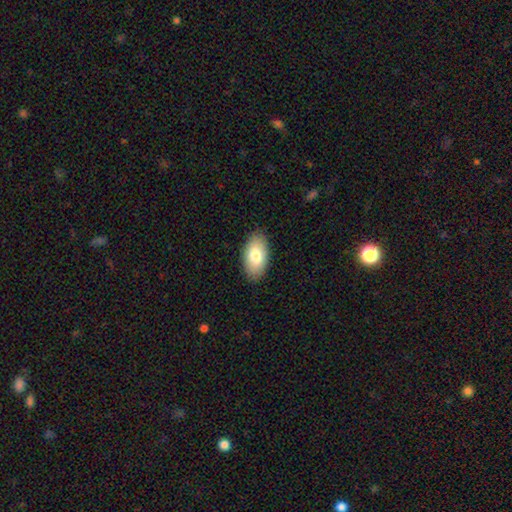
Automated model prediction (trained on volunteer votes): Q: Smooth or featured?
A: smooth (79%); runner-up: featured or disk (15%)
Q: How rounded?
A: in between (95%); runner-up: round (3%)
Q: Merging?
A: none (88%); runner-up: minor disturbance (9%)